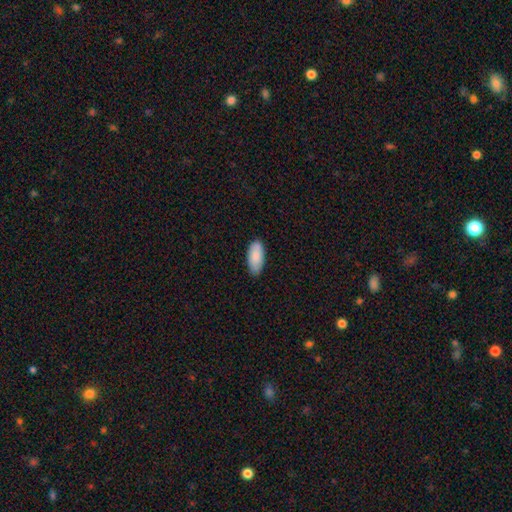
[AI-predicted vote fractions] Morphology: type=smooth (87%); roundness=in between (90%); merging=none (85%).